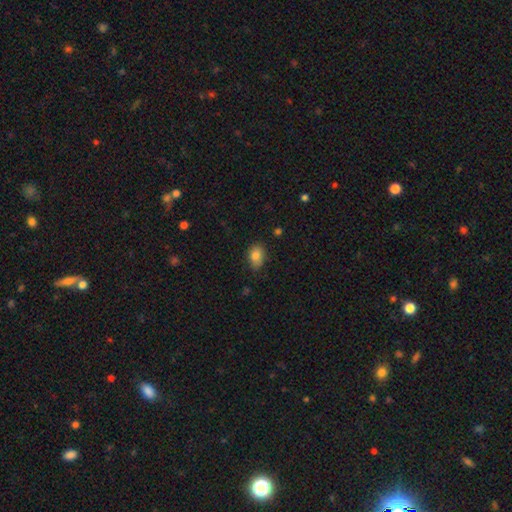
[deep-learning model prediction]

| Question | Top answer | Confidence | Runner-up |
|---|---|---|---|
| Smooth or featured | smooth | 82% | star or artifact (9%) |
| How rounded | in between | 76% | round (22%) |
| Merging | none | 75% | minor disturbance (20%) |